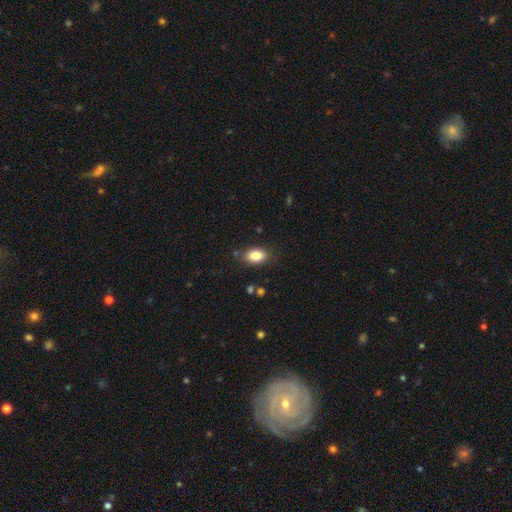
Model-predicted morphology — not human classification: Smooth or featured? Predicted: smooth (p=0.85). How rounded? Predicted: in between (p=0.88). Merging? Predicted: none (p=0.83).